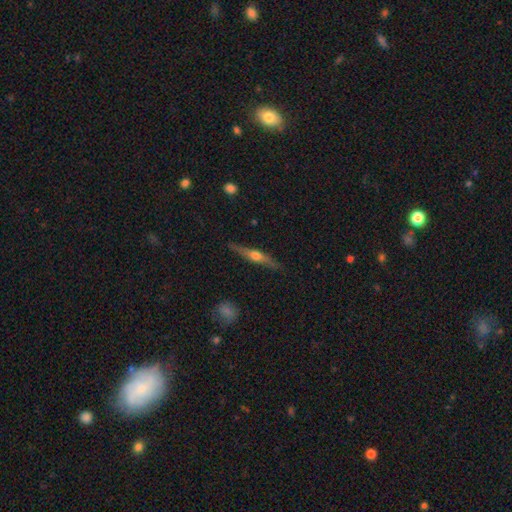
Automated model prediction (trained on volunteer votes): Smooth or featured?
  - featured or disk: 70% *
  - smooth: 25%
  - star or artifact: 6%
Edge-on disk?
  - yes: 96% *
  - no: 4%
Edge-on bulge?
  - rounded: 92% *
  - boxy: 4%
  - none: 4%
Merging?
  - none: 86% *
  - minor disturbance: 11%
  - major disturbance: 2%
  - merger: 1%